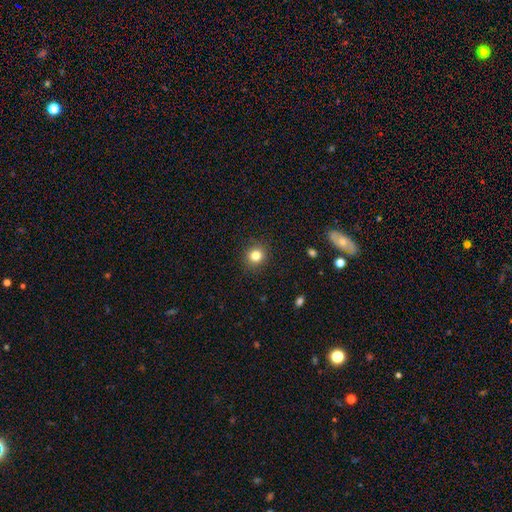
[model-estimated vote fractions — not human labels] Morphology: type=smooth (82%); roundness=round (88%); merging=none (90%).